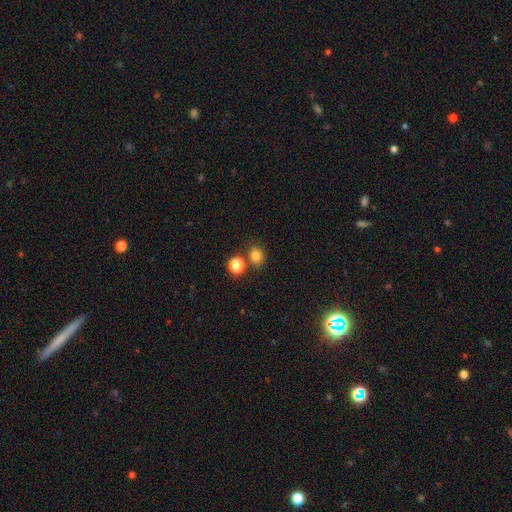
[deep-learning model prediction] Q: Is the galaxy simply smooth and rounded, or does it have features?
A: smooth — 80%.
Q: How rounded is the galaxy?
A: round — 65%.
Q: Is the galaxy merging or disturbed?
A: none — 71%.